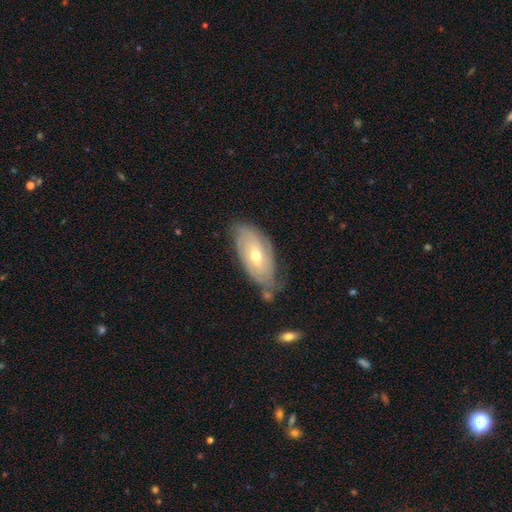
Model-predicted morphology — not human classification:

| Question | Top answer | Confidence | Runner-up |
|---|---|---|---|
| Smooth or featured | featured or disk | 69% | smooth (24%) |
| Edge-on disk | no | 89% | yes (11%) |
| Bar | no | 57% | weak (34%) |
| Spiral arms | yes | 83% | no (17%) |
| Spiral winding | tight | 68% | medium (24%) |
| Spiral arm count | can't tell | 45% | 2 (32%) |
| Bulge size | moderate | 63% | small (34%) |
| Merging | none | 68% | minor disturbance (22%) |